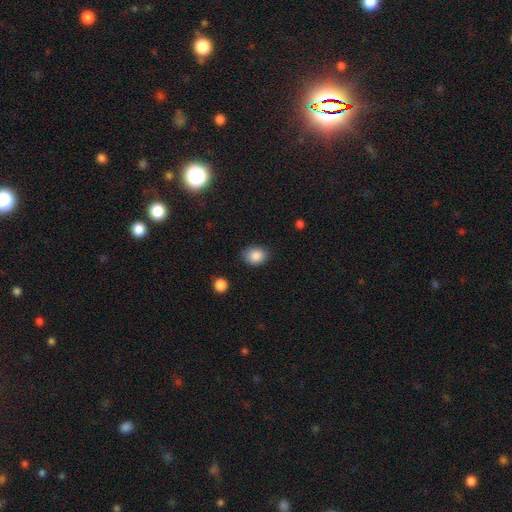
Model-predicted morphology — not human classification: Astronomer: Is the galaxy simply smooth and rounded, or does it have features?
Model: smooth — 87%.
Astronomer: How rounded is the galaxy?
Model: in between — 51% (runner-up: round, 48%).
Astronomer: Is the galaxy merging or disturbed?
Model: none — 77%.